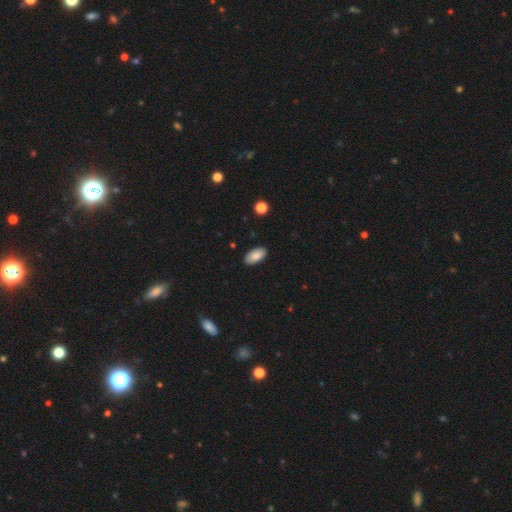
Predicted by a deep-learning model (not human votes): Morphology: type=smooth (87%); roundness=in between (95%); merging=none (88%).